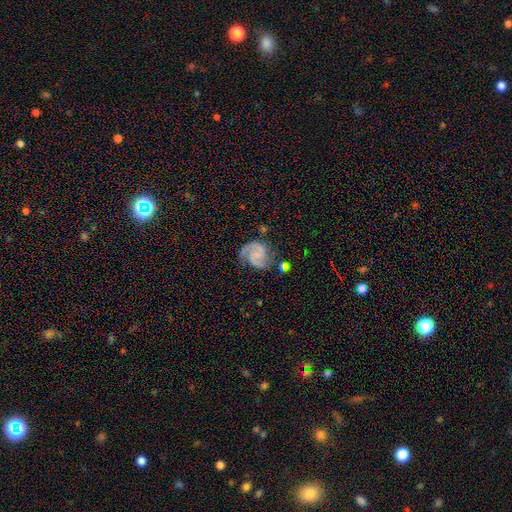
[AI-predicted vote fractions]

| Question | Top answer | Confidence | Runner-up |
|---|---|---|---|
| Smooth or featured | featured or disk | 88% | smooth (6%) |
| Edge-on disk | no | 98% | yes (2%) |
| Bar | no | 60% | weak (33%) |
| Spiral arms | yes | 98% | no (2%) |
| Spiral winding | medium | 52% | tight (36%) |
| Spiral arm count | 2 | 90% | 3 (3%) |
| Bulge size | small | 55% | none (30%) |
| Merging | none | 70% | minor disturbance (18%) |